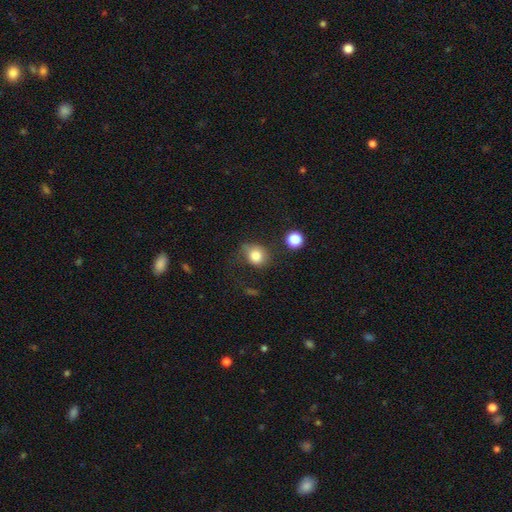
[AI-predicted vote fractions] This is clearly a smooth galaxy (81%). How rounded: likely round (73%). Merging: possibly none (54%).